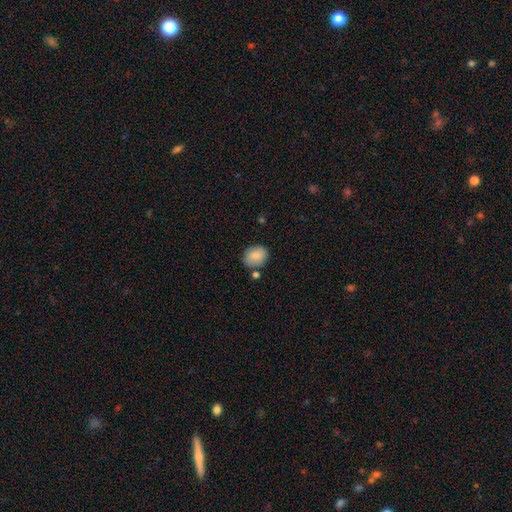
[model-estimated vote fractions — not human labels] smooth-or-featured: smooth: 85% | featured or disk: 8% | star or artifact: 8%
  how-rounded: round: 51% | in between: 48% | cigar-shaped: 1%
  merging: none: 77% | minor disturbance: 13% | merger: 7% | major disturbance: 3%